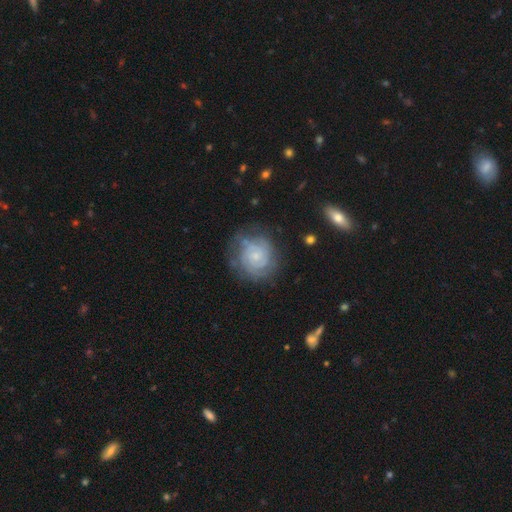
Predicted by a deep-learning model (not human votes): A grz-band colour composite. It shows a featured or disk galaxy (73%) with no bar (76%), tight (73%) spiral arms (91%) and a small central bulge (71%). Merging: none (71%).